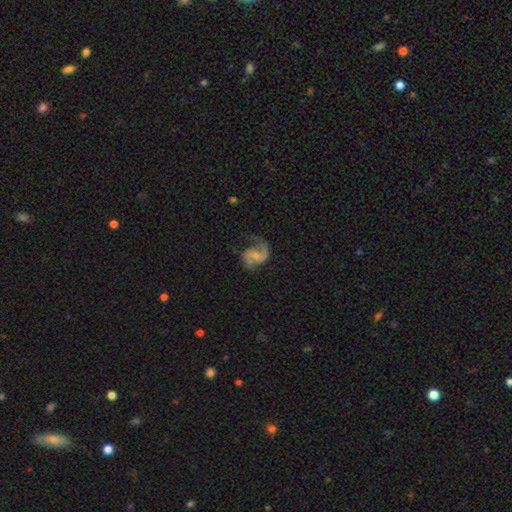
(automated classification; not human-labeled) featured or disk 79%, smooth 15%, star or artifact 6%. Down the decision tree: edge-on disk — no (98%); bar — no (52%); spiral arms — yes (94%); spiral arm count — 2 (73%); spiral winding — medium (45%); bulge size — small (54%); merging — none (53%).